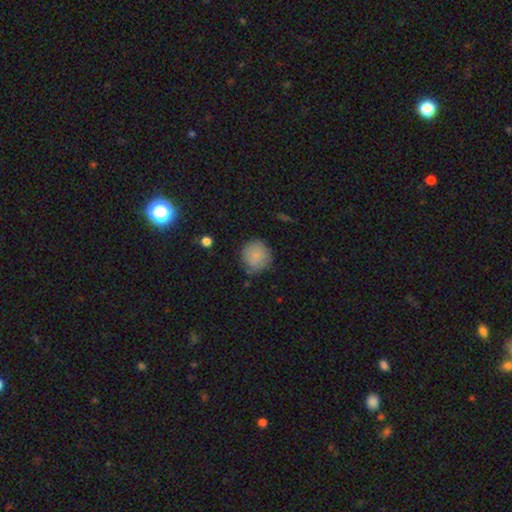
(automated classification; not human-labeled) smooth 85%, star or artifact 8%, featured or disk 8%. Down the decision tree: how rounded — round (92%); merging — none (75%).